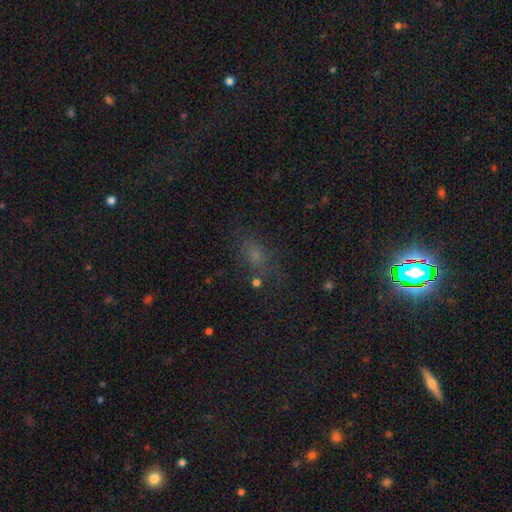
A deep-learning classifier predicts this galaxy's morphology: Q: Smooth or featured?
A: smooth (52%); runner-up: star or artifact (34%)
Q: How rounded?
A: in between (69%); runner-up: round (20%)
Q: Merging?
A: none (66%); runner-up: minor disturbance (18%)